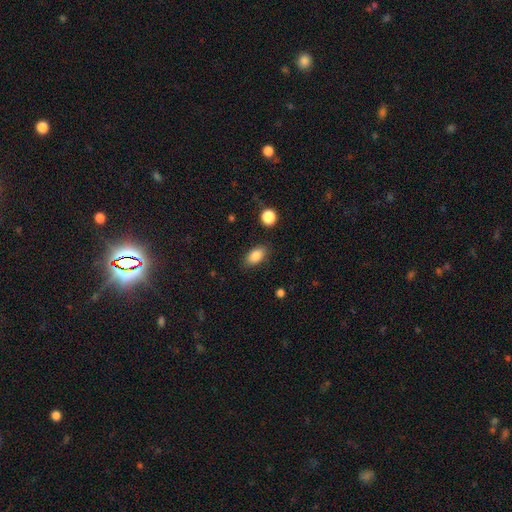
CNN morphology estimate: Q: Smooth or featured?
A: smooth (86%); runner-up: star or artifact (8%)
Q: How rounded?
A: in between (90%); runner-up: round (7%)
Q: Merging?
A: none (84%); runner-up: minor disturbance (11%)